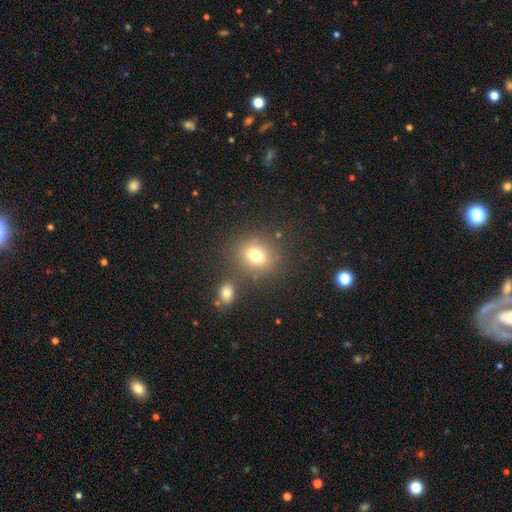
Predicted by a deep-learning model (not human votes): smooth 75%, star or artifact 15%, featured or disk 10%. Down the decision tree: how rounded — round (73%); merging — none (75%).